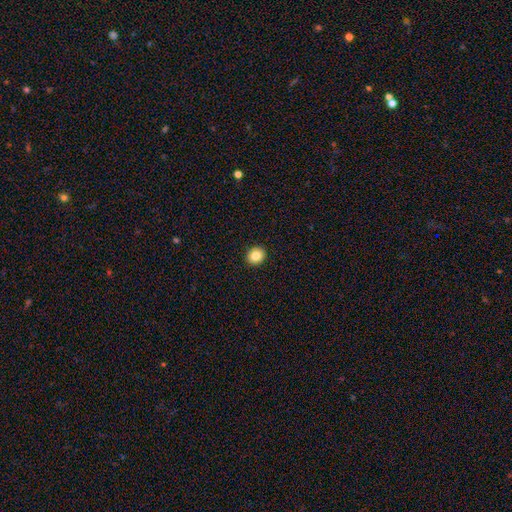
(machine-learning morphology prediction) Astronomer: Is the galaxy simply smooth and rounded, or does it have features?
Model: smooth — 85%.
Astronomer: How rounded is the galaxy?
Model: round — 72%.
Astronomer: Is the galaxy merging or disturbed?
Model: none — 93%.